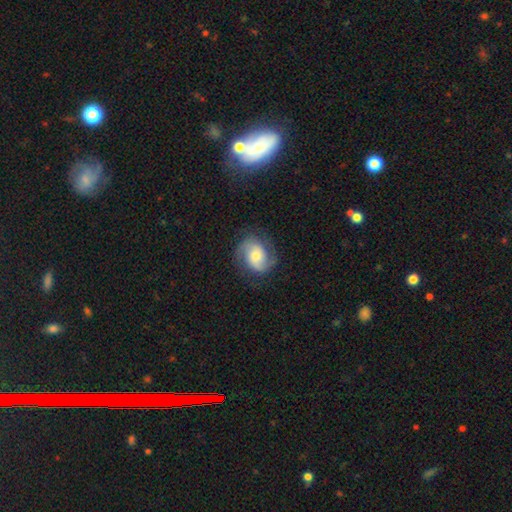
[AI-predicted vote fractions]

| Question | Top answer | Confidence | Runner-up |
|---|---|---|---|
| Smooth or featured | featured or disk | 75% | smooth (17%) |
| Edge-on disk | no | 98% | yes (2%) |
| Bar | no | 59% | weak (32%) |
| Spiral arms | yes | 95% | no (5%) |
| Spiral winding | medium | 48% | tight (31%) |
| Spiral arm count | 2 | 85% | can't tell (6%) |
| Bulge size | moderate | 51% | small (35%) |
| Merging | none | 78% | minor disturbance (15%) |